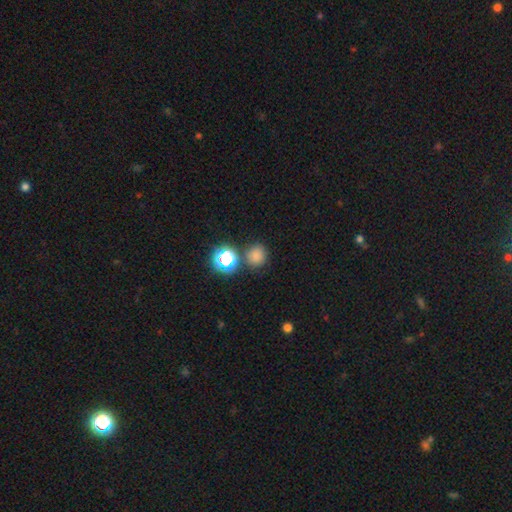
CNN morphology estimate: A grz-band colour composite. It shows a smooth galaxy with no disk features (74%) that is round (88%). Merging: none (76%).